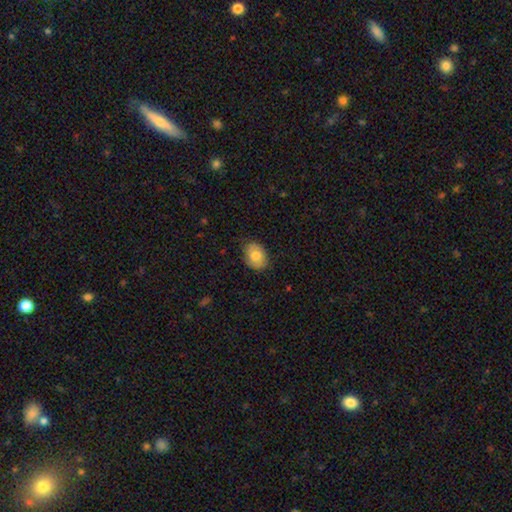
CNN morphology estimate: A smooth galaxy with no disk features (74%) that is in between round and cigar-shaped (73%). Merging: none (77%).